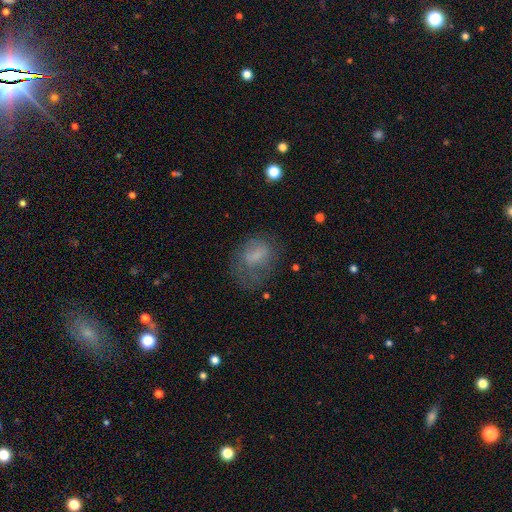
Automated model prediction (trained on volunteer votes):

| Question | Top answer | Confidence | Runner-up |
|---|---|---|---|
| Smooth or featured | smooth | 61% | featured or disk (27%) |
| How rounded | in between | 70% | round (28%) |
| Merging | none | 42% | major disturbance (30%) |